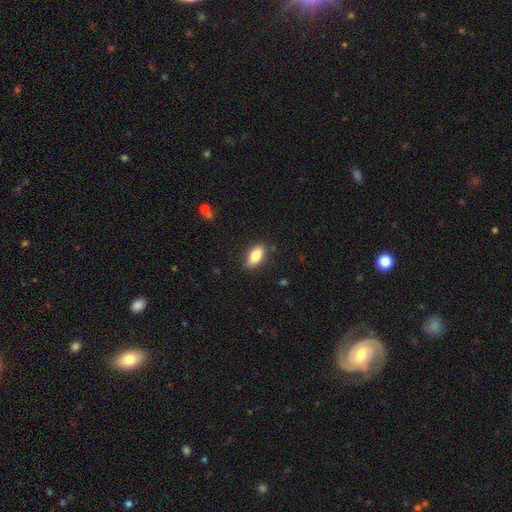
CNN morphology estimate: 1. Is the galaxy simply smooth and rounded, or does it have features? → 83% smooth, 11% featured or disk, 7% star or artifact.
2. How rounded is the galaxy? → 85% in between, 12% cigar-shaped, 3% round.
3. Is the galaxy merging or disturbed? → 85% none, 11% minor disturbance, 2% major disturbance, 1% merger.